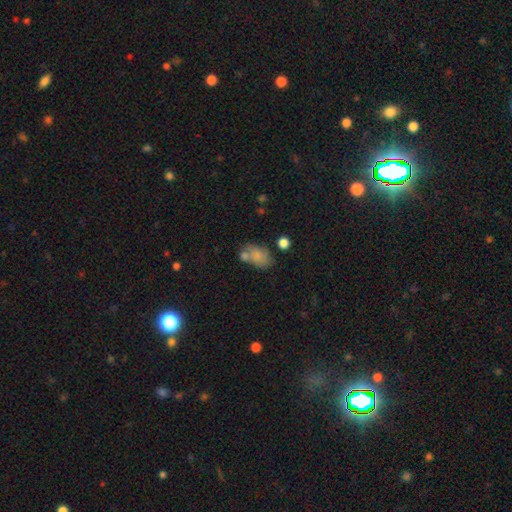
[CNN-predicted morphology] This is likely a smooth galaxy (73%). How rounded: clearly in between (84%). Merging: marginally none (44%).